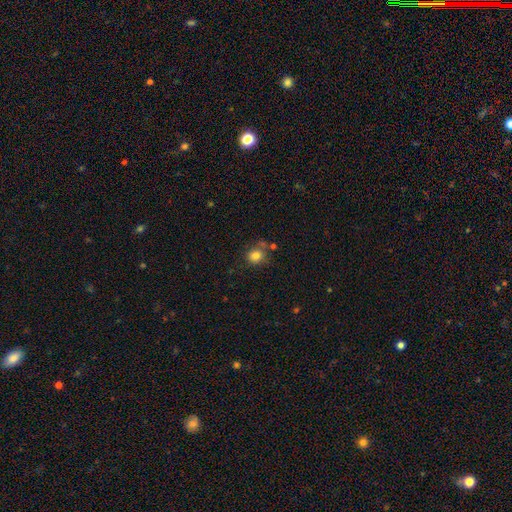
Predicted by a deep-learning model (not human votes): The model was most divided on "merging": none: 67%, minor disturbance: 16%, merger: 12%, major disturbance: 5%. More confident: how rounded — round (83%); smooth or featured — smooth (81%).